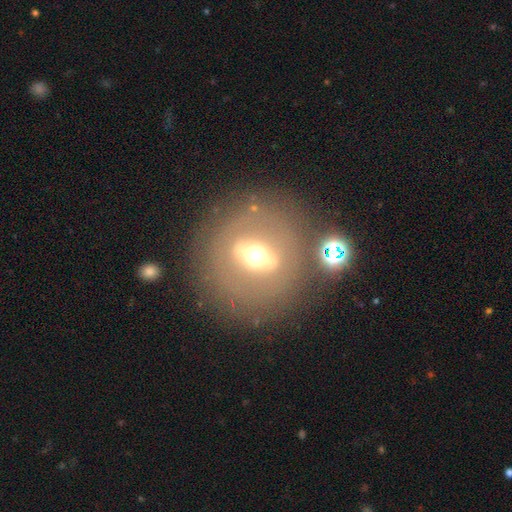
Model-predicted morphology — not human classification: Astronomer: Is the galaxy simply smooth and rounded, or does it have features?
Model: featured or disk — 50% (runner-up: smooth, 34%).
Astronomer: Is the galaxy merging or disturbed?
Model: none — 78%.